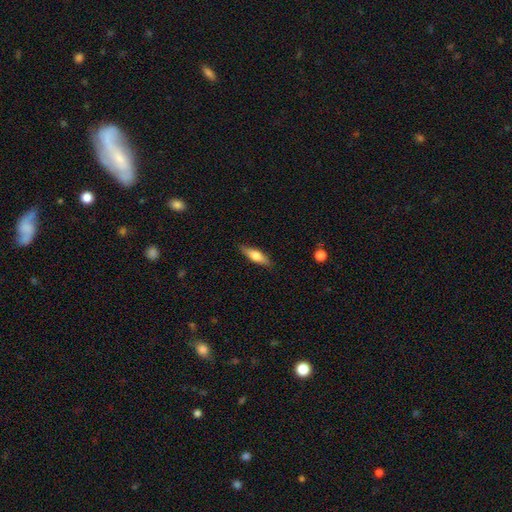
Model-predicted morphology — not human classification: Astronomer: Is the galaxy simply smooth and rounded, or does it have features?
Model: smooth — 57% (runner-up: featured or disk, 37%).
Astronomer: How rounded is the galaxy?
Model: cigar-shaped — 57% (runner-up: in between, 41%).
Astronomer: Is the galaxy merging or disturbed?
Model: none — 87%.